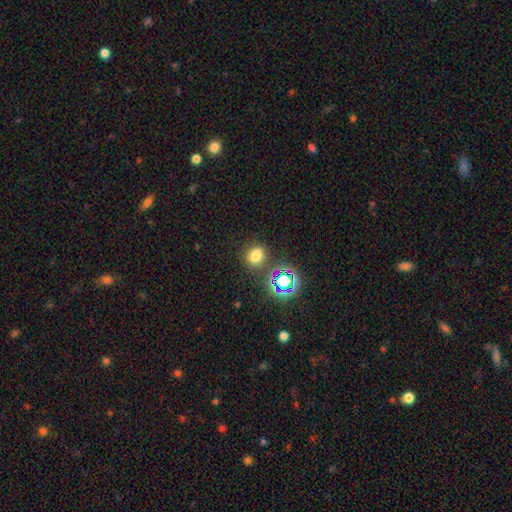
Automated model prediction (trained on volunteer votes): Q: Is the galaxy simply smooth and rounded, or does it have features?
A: smooth — 70%.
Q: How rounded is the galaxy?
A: round — 65%.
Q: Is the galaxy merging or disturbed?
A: none — 79%.